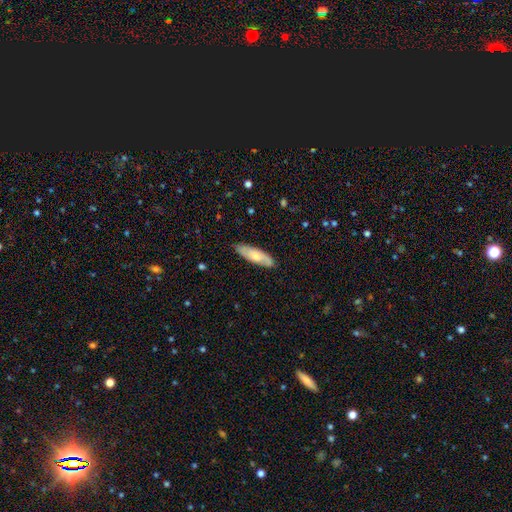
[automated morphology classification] This appears to be a smooth galaxy with no disk features (63%) that is in between round and cigar-shaped (53%). Merging: none (83%).